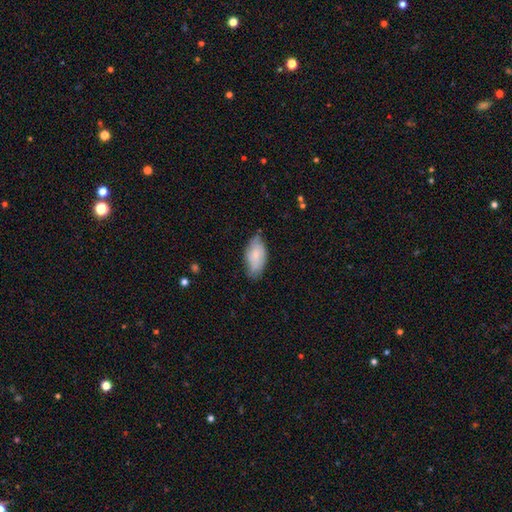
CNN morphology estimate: smooth 71%, featured or disk 22%, star or artifact 6%. Down the decision tree: how rounded — in between (93%); merging — none (65%).